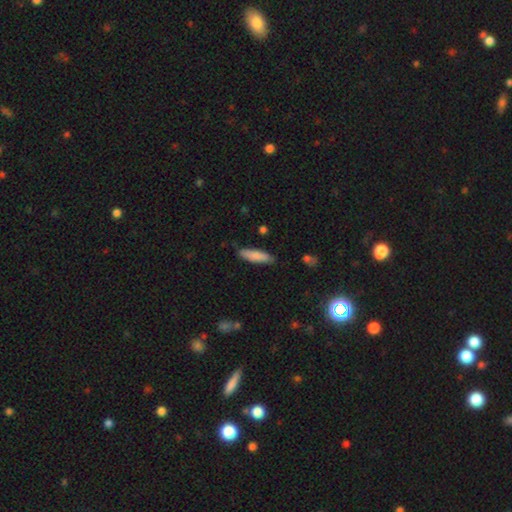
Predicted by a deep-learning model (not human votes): Smooth or featured? Predicted: smooth (p=0.84). How rounded? Predicted: cigar-shaped (p=0.67). Merging? Predicted: none (p=0.85).